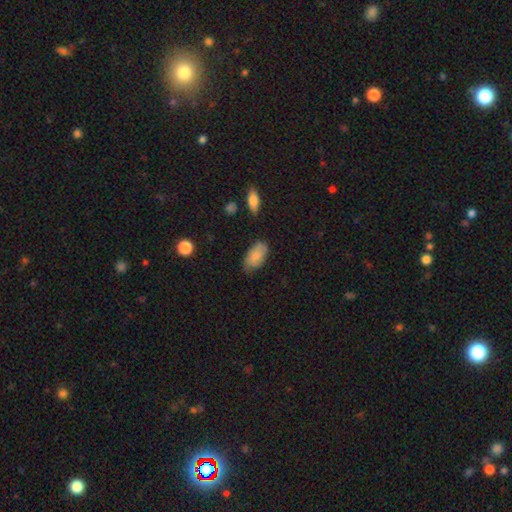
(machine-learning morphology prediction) This appears to be a smooth galaxy with no disk features (78%) that is in between round and cigar-shaped (93%). Merging: none (65%).